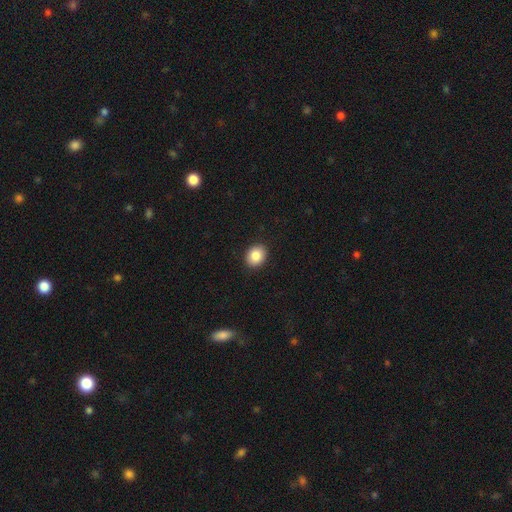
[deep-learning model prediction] This appears to be a smooth galaxy with no disk features (86%) that is round (51%). Merging: none (91%).